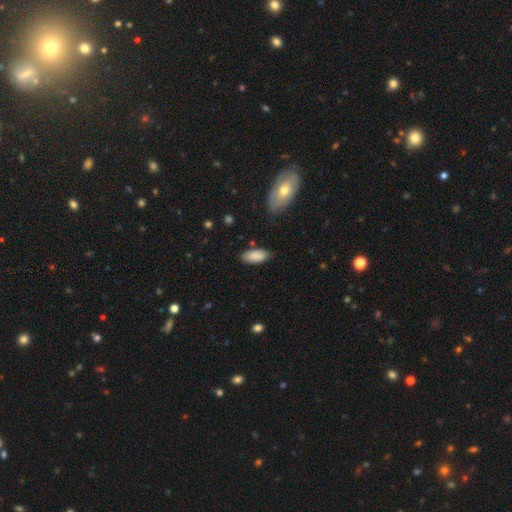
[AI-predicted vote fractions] Smooth or featured? smooth (88%)
How rounded? in between (90%)
Merging? none (78%)